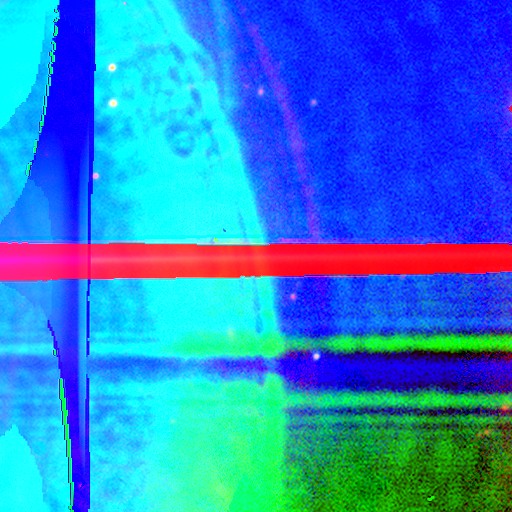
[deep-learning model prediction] Smooth or featured? Predicted: star or artifact (p=0.87).